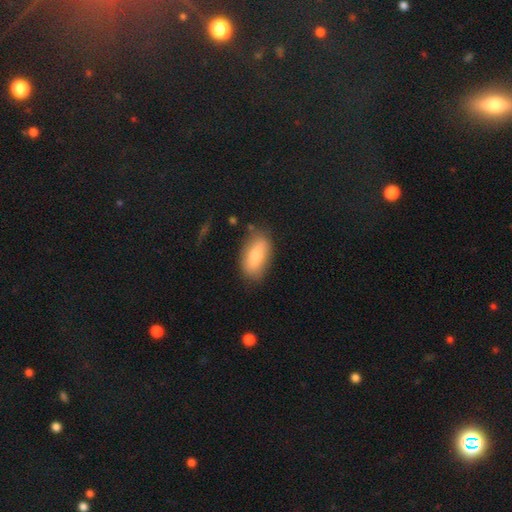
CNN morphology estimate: This is likely a smooth galaxy (76%). How rounded: clearly in between (89%). Merging: likely none (77%).